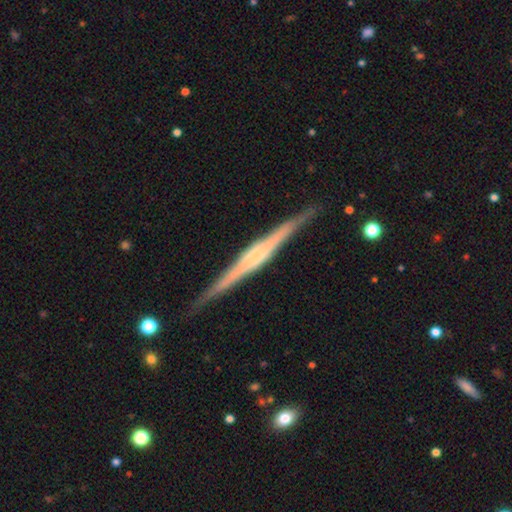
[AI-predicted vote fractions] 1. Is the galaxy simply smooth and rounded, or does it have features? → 82% featured or disk, 13% smooth, 5% star or artifact.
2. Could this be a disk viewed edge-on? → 98% yes, 2% no.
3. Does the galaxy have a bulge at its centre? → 43% boxy, 39% rounded, 18% none.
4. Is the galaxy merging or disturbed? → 89% none, 8% minor disturbance, 2% major disturbance, 1% merger.